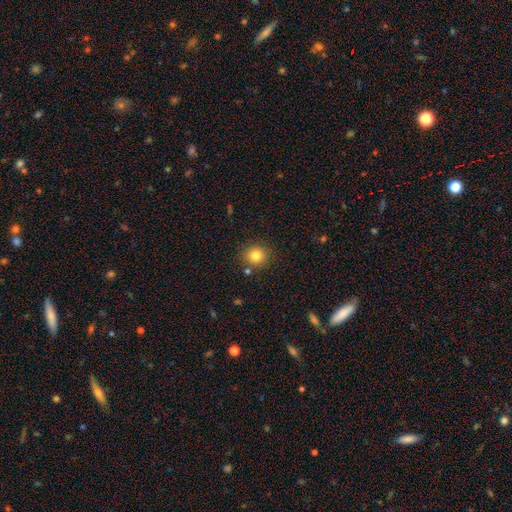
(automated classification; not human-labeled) smooth 83%, star or artifact 11%, featured or disk 6%. Down the decision tree: how rounded — round (89%); merging — none (84%).